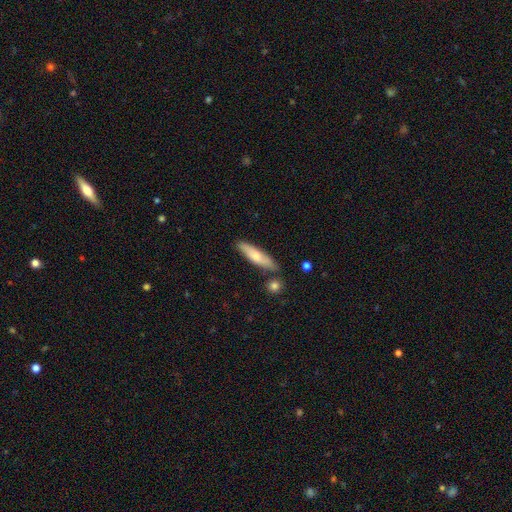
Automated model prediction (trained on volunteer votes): This appears to be a smooth galaxy with no disk features (66%) that is cigar-shaped (73%). Merging: none (78%).